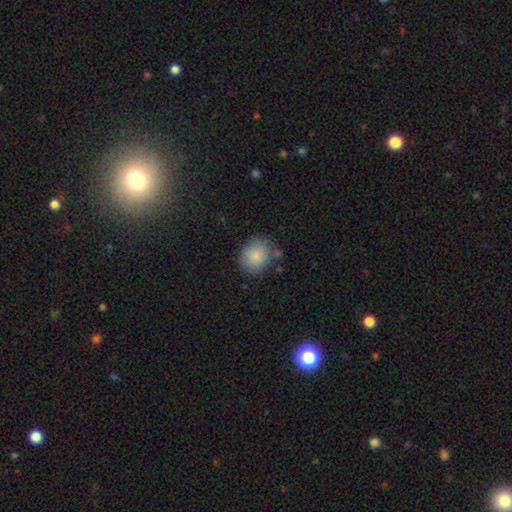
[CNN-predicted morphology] smooth-or-featured: smooth: 86% | star or artifact: 8% | featured or disk: 6%
  how-rounded: round: 67% | in between: 32% | cigar-shaped: 1%
  merging: none: 76% | minor disturbance: 15% | merger: 5% | major disturbance: 4%